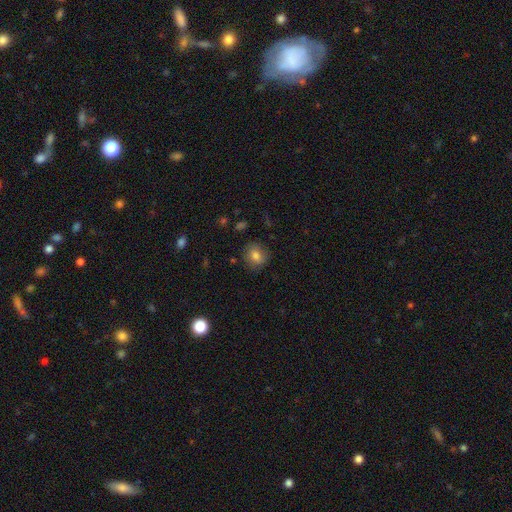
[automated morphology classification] smooth-or-featured: smooth: 75% | featured or disk: 14% | star or artifact: 10%
  how-rounded: round: 72% | in between: 27% | cigar-shaped: 1%
  merging: none: 79% | minor disturbance: 16% | major disturbance: 4% | merger: 1%